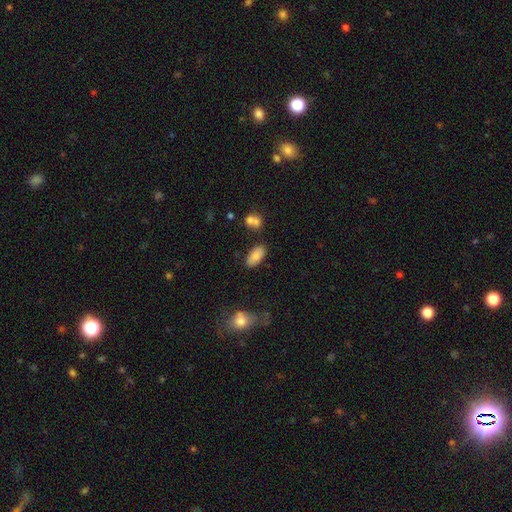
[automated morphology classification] Smooth or featured?
  - smooth: 84% *
  - star or artifact: 8%
  - featured or disk: 8%
How rounded?
  - in between: 91% *
  - cigar-shaped: 7%
  - round: 3%
Merging?
  - none: 78% *
  - minor disturbance: 12%
  - merger: 7%
  - major disturbance: 3%